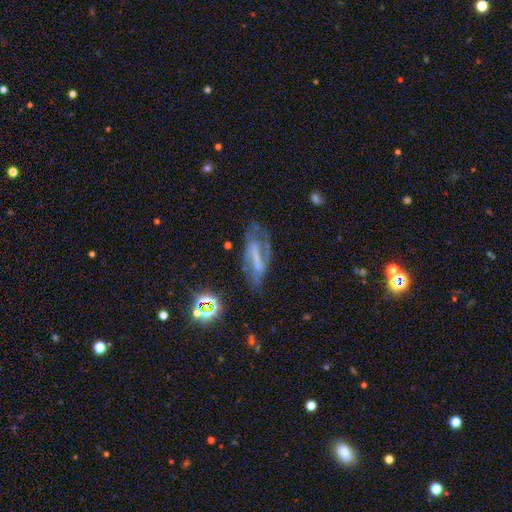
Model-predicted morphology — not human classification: A featured or disk galaxy (67%) with a strong bar (48%), spiral arms (74%) and no central bulge (45%).

Vote fractions:
- Smooth or featured? featured or disk: 67% / smooth: 18% / star or artifact: 15%
- Edge-on disk? no: 87% / yes: 13%
- Bar? strong: 48% / weak: 32% / no: 20%
- Spiral arms? yes: 74% / no: 26%
- Bulge size? none: 45% / small: 32% / moderate: 18% / large: 4% / dominant: 1%
- Merging? none: 56% / minor disturbance: 22% / major disturbance: 18% / merger: 3%